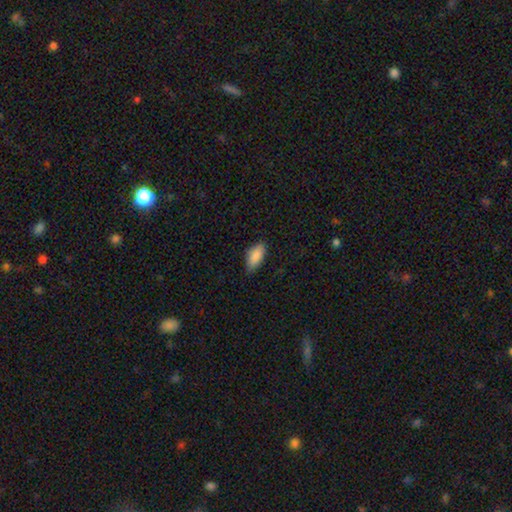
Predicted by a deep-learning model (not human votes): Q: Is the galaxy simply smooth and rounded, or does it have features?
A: smooth — 88%.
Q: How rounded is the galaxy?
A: in between — 90%.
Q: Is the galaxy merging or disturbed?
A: none — 79%.